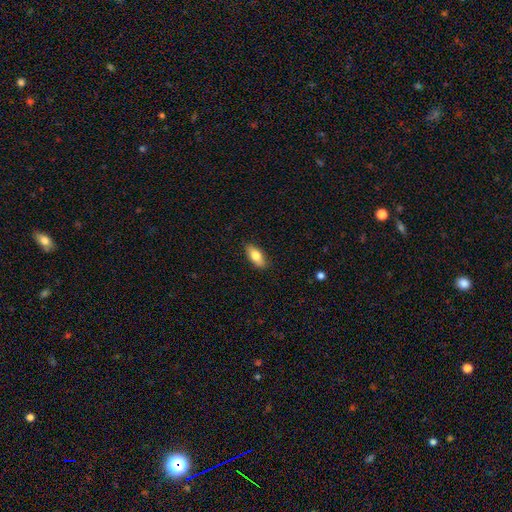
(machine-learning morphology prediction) smooth_or_featured: smooth (p=0.76) [alt: featured or disk p=0.17]
how_rounded: in between (p=0.84) [alt: cigar-shaped p=0.13]
merging: none (p=0.85) [alt: minor disturbance p=0.11]